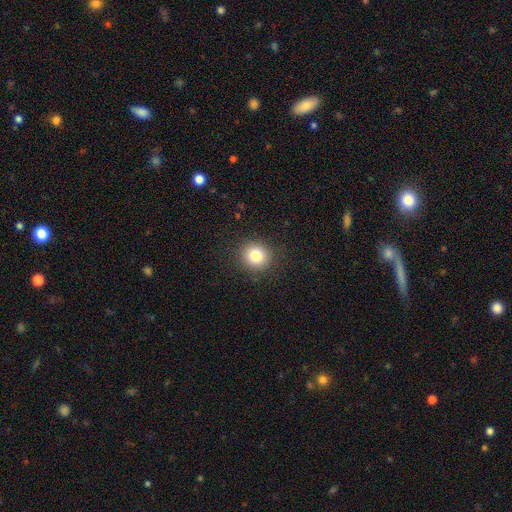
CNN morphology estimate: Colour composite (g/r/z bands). It shows a smooth galaxy with no disk features (82%) that is round (89%). Merging: none (90%).